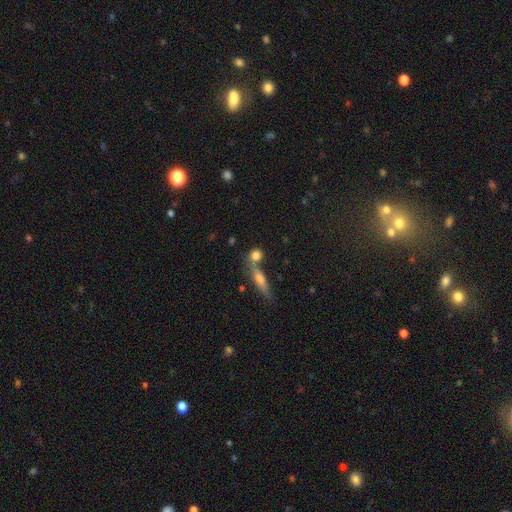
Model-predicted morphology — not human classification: A smooth galaxy with no disk features (75%) that is round (69%).

Vote fractions:
- Smooth or featured? smooth: 75% / featured or disk: 15% / star or artifact: 10%
- How rounded? round: 69% / in between: 19% / cigar-shaped: 12%
- Merging? none: 60% / merger: 26% / minor disturbance: 10% / major disturbance: 4%